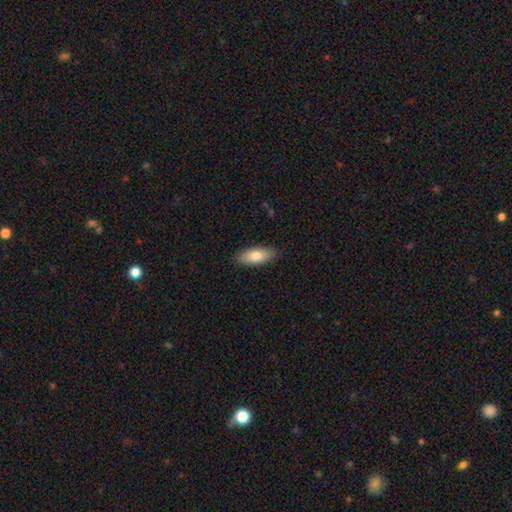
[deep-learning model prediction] smooth-or-featured: smooth: 80% | featured or disk: 14% | star or artifact: 6%
  how-rounded: in between: 81% | cigar-shaped: 17% | round: 2%
  merging: none: 87% | minor disturbance: 10% | major disturbance: 2% | merger: 1%